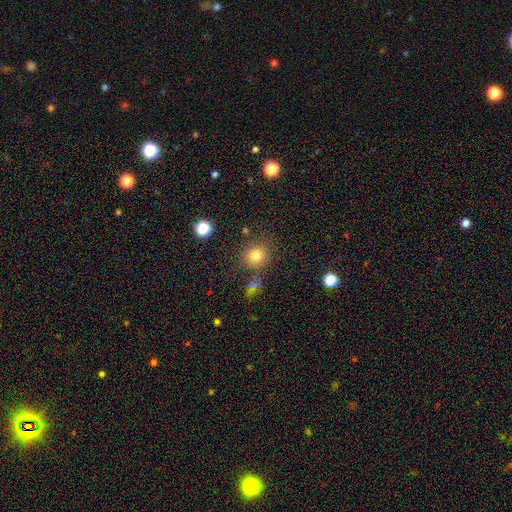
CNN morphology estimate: The model was most divided on "merging": none: 75%, minor disturbance: 11%, merger: 10%, major disturbance: 4%. More confident: how rounded — round (84%); smooth or featured — smooth (79%).